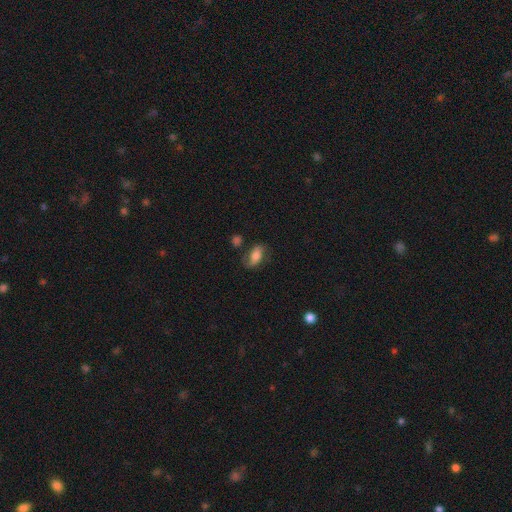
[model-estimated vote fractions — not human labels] A smooth galaxy with no disk features (57%) that is in between round and cigar-shaped (86%).

Vote fractions:
- Smooth or featured? smooth: 57% / featured or disk: 34% / star or artifact: 9%
- How rounded? in between: 86% / round: 8% / cigar-shaped: 6%
- Merging? none: 60% / minor disturbance: 22% / major disturbance: 11% / merger: 6%